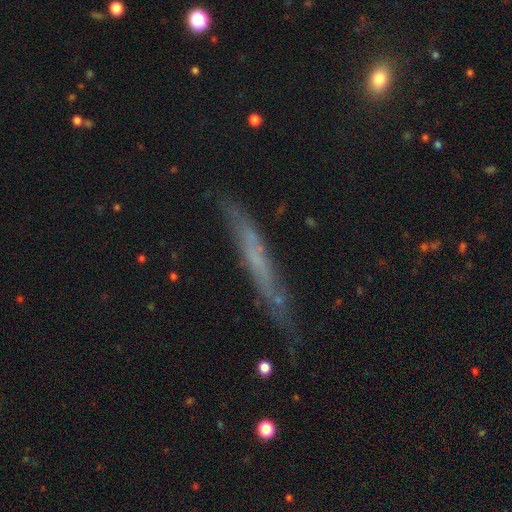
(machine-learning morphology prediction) Smooth or featured? featured or disk (54%)
Edge-on disk? yes (82%)
Merging? none (67%)